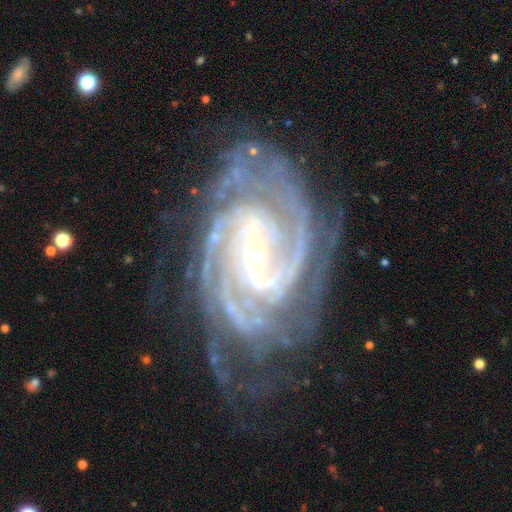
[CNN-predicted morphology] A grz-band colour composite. It shows a featured or disk galaxy (92%) with no bar (43%), 2 (22%, tied with 3) tight (67%) spiral arms (98%) and a small central bulge (80%). Merging: none (69%).